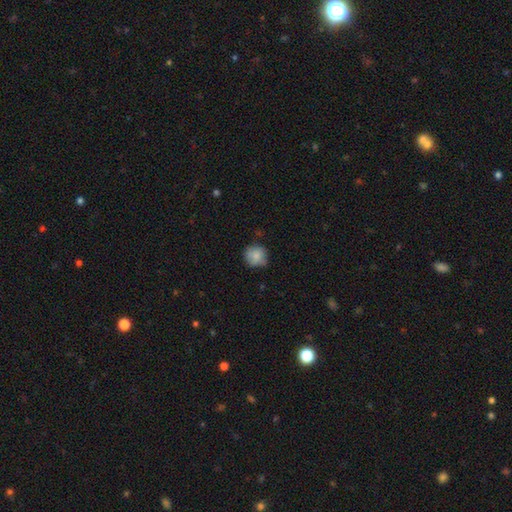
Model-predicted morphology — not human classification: Smooth or featured: smooth — 83% (featured or disk — 9%)
How rounded: round — 89% (in between — 10%)
Merging: none — 73% (minor disturbance — 22%)